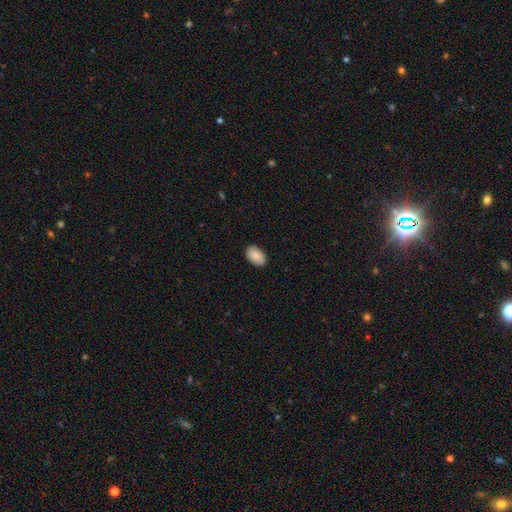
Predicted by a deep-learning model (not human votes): A smooth galaxy with no disk features (89%) that is in between round and cigar-shaped (92%). Merging: none (89%).